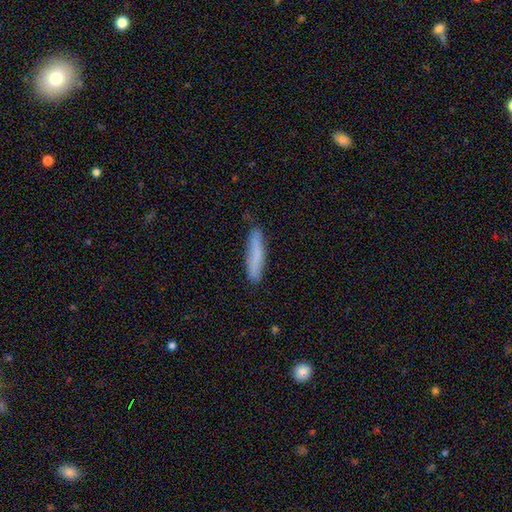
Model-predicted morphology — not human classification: Overall: smooth (76%). How rounded: cigar-shaped (90%). Merging: none (80%).